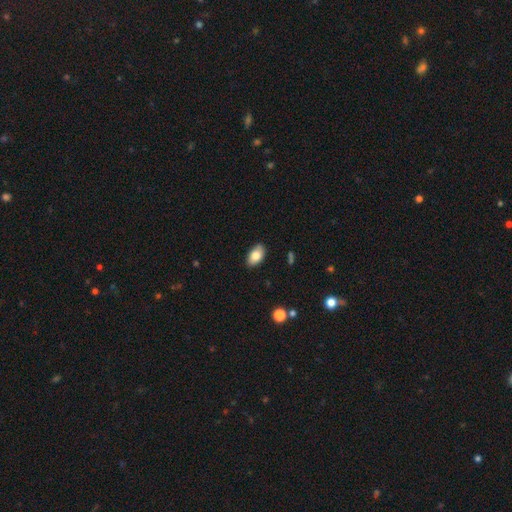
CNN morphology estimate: Smooth or featured? smooth (81%)
How rounded? in between (93%)
Merging? none (85%)